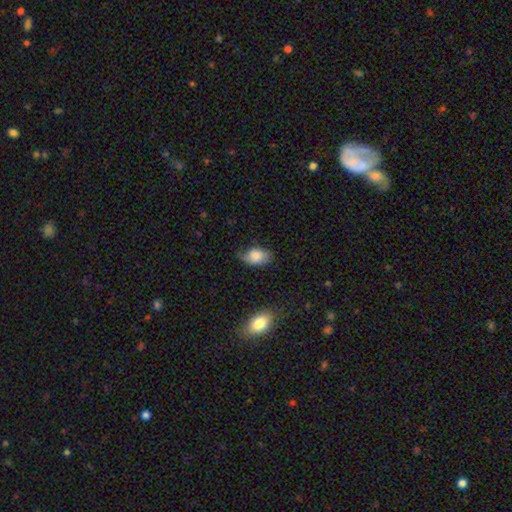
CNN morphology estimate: A smooth galaxy with no disk features (80%) that is in between round and cigar-shaped (89%). Merging: none (57%).